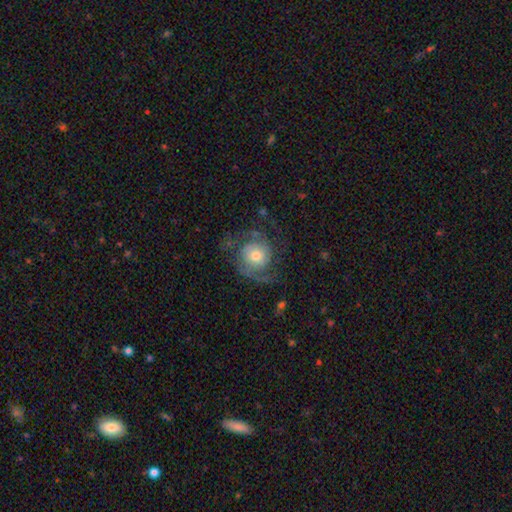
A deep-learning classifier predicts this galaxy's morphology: This appears to be a featured or disk galaxy (75%) with no bar (75%), 2 (69%) medium (43%) spiral arms (92%) and a moderate central bulge (57%). Merging: none (62%).